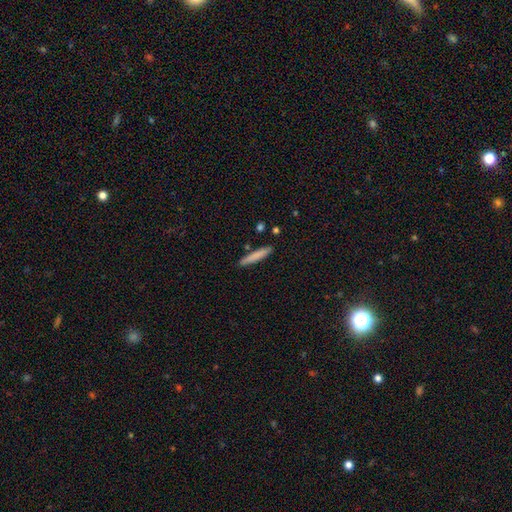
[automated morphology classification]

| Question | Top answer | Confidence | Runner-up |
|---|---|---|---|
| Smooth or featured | smooth | 79% | featured or disk (15%) |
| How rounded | cigar-shaped | 93% | in between (6%) |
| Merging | none | 87% | minor disturbance (9%) |